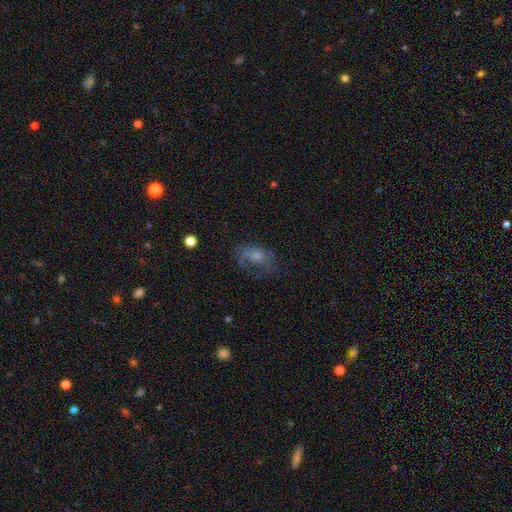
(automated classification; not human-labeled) smooth 46%, featured or disk 41%, star or artifact 13%. Down the decision tree: merging — none (40%).